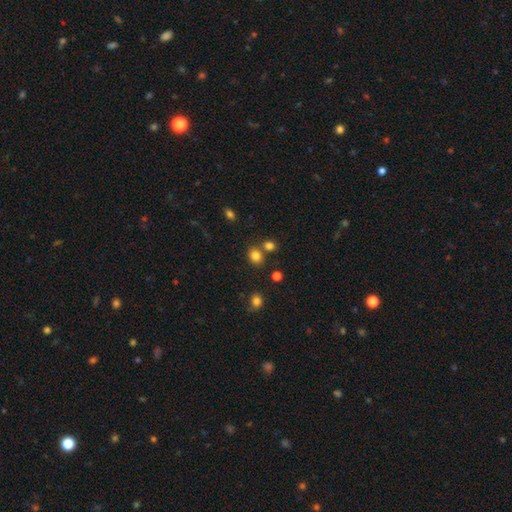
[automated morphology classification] Q: Smooth or featured?
A: smooth (80%); runner-up: star or artifact (14%)
Q: How rounded?
A: round (71%); runner-up: in between (28%)
Q: Merging?
A: none (71%); runner-up: merger (16%)